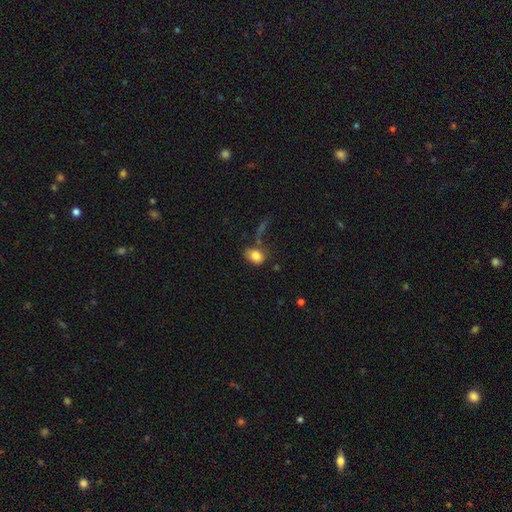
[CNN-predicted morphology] smooth-or-featured: smooth: 80% | featured or disk: 11% | star or artifact: 9%
  how-rounded: in between: 71% | round: 27% | cigar-shaped: 2%
  merging: none: 46% | minor disturbance: 23% | major disturbance: 18% | merger: 13%